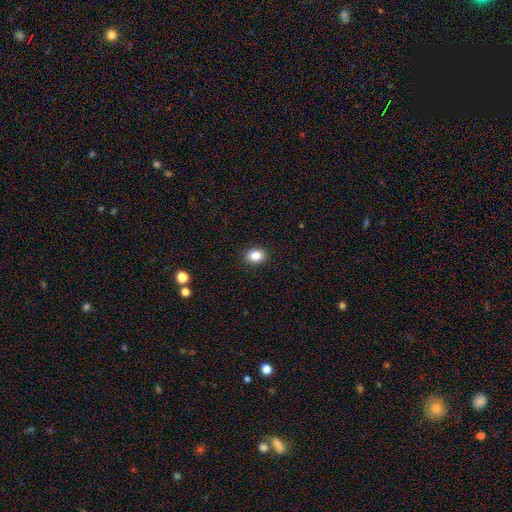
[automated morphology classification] The model was most divided on "how rounded": in between: 57%, round: 42%, cigar-shaped: 1%. More confident: merging — none (91%); smooth or featured — smooth (84%).